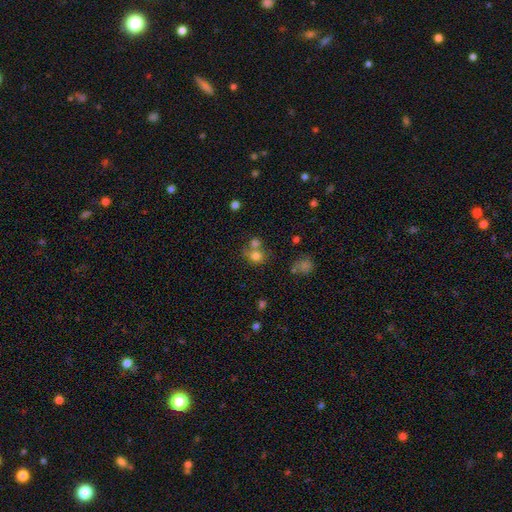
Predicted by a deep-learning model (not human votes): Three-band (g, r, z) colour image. It shows a smooth galaxy with no disk features (75%) that is round (74%). Merging: none (46%).